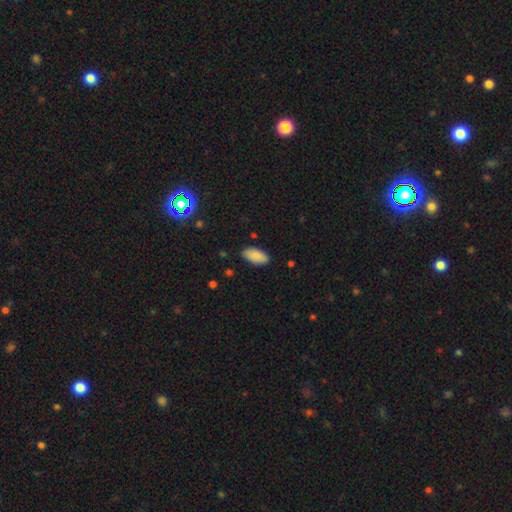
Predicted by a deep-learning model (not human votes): Morphology: type=smooth (88%); roundness=in between (93%); merging=none (86%).